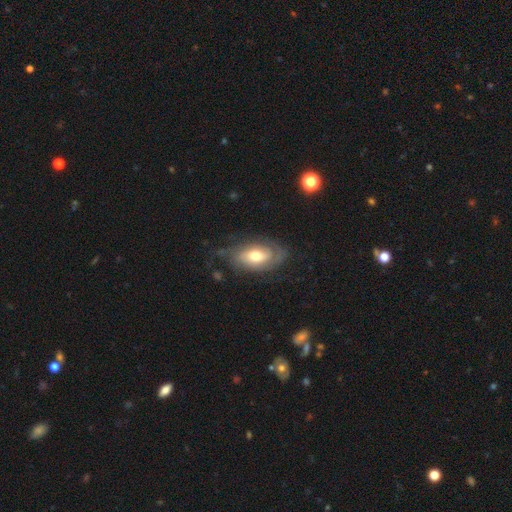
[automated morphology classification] type=featured or disk (57%); edge-on=no (90%); bar=no (64%); spiral arms=yes (77%); bulge=moderate (68%); merging=none (62%).